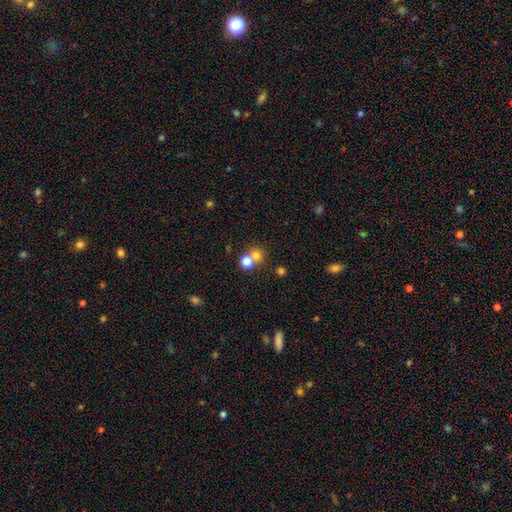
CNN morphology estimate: The model was most divided on "merging": none: 50%, merger: 41%, minor disturbance: 6%, major disturbance: 3%. More confident: how rounded — round (85%); smooth or featured — smooth (73%).